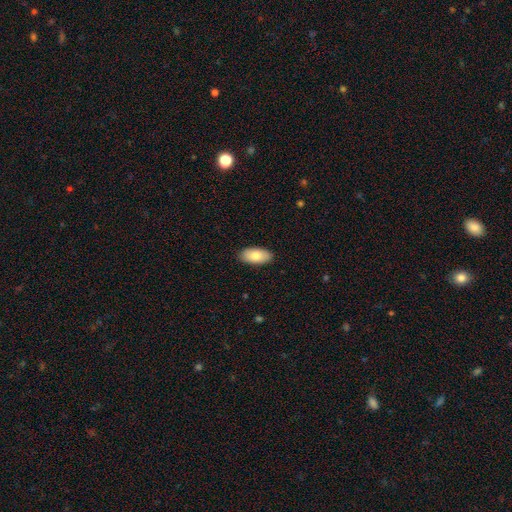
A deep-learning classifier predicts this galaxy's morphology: Q: Smooth or featured?
A: smooth (82%); runner-up: featured or disk (12%)
Q: How rounded?
A: in between (94%); runner-up: cigar-shaped (4%)
Q: Merging?
A: none (89%); runner-up: minor disturbance (8%)